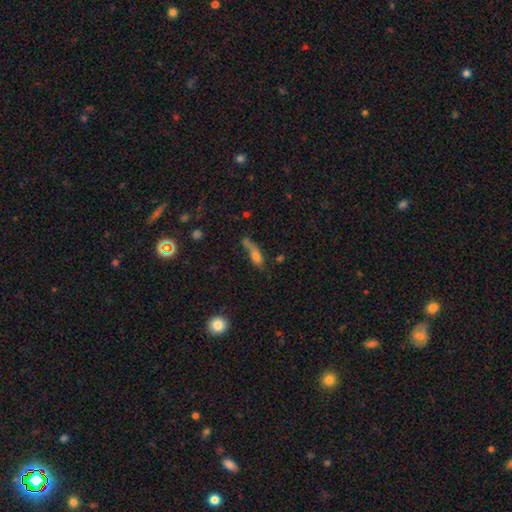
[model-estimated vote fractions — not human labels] Smooth or featured?
  - smooth: 60% *
  - featured or disk: 23%
  - star or artifact: 17%
How rounded?
  - in between: 47% *
  - cigar-shaped: 45%
  - round: 8%
Merging?
  - none: 36% *
  - minor disturbance: 24%
  - major disturbance: 23%
  - merger: 17%